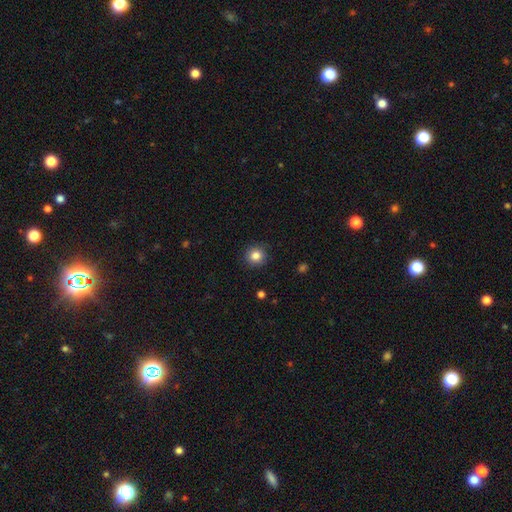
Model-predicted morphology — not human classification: Overall: smooth (84%). How rounded: round (93%). Merging: none (90%).